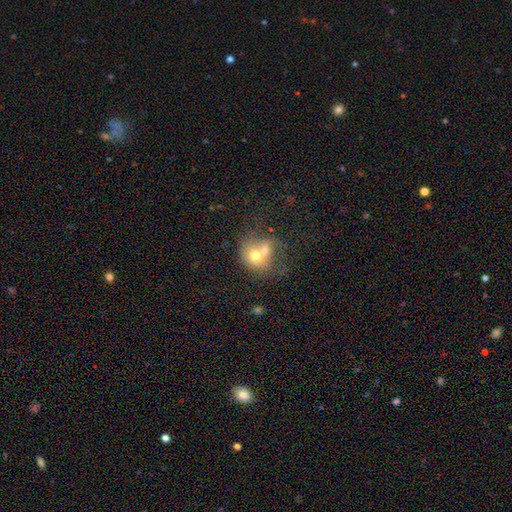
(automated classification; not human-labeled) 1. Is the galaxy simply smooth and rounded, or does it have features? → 63% smooth, 26% featured or disk, 11% star or artifact.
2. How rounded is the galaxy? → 65% round, 34% in between, 1% cigar-shaped.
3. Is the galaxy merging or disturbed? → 67% merger, 20% none, 8% minor disturbance, 6% major disturbance.